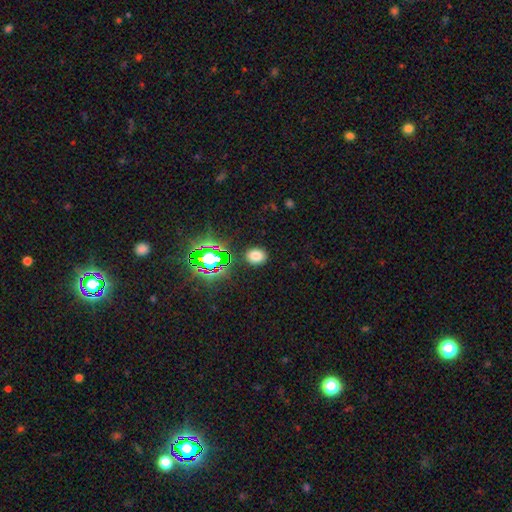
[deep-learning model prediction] smooth-or-featured: smooth: 71% | star or artifact: 23% | featured or disk: 7%
  how-rounded: in between: 52% | round: 47% | cigar-shaped: 1%
  merging: none: 88% | minor disturbance: 8% | major disturbance: 3% | merger: 2%